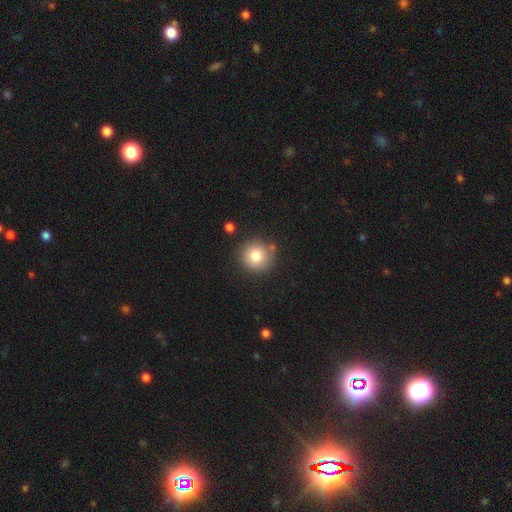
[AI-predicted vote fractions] Smooth or featured? Predicted: smooth (p=0.80). How rounded? Predicted: round (p=0.93). Merging? Predicted: none (p=0.84).